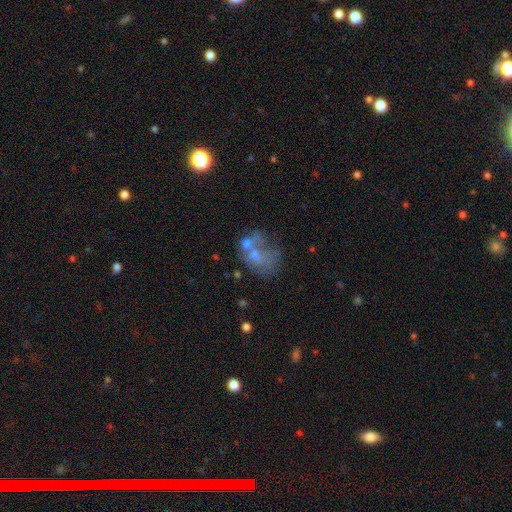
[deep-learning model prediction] Q: Smooth or featured?
A: smooth (47%); runner-up: featured or disk (40%)
Q: Merging?
A: merger (38%); runner-up: major disturbance (25%)